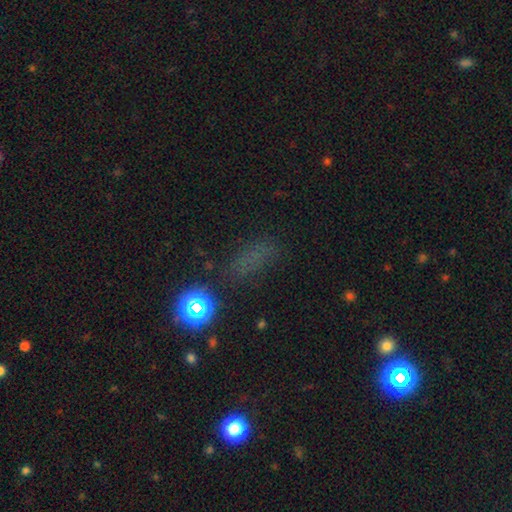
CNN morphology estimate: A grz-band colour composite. It shows a smooth galaxy with no disk features (56%) that is in between round and cigar-shaped (56%). Merging: none (69%).